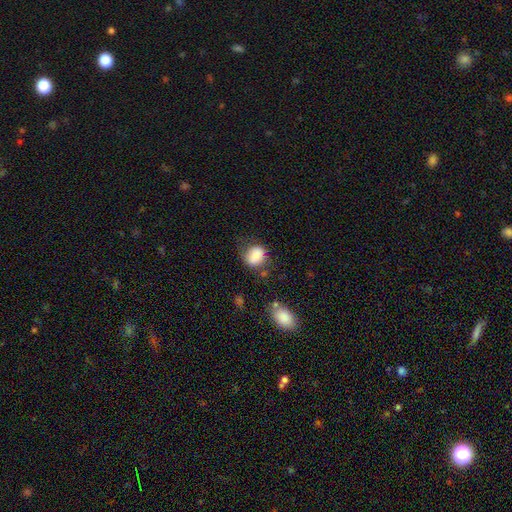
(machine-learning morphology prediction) The model was most divided on "how rounded": round: 55%, in between: 44%, cigar-shaped: 1%. More confident: smooth or featured — smooth (82%); merging — none (58%).